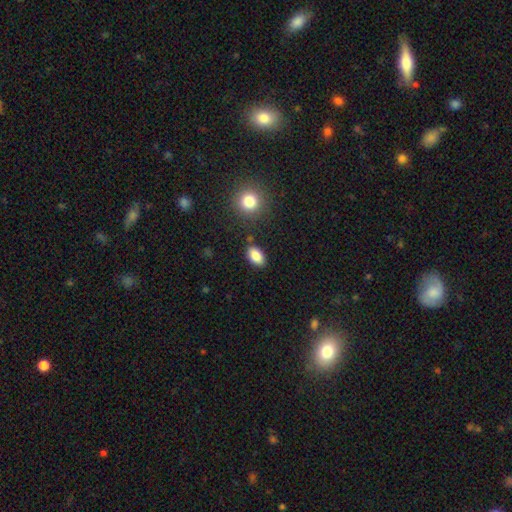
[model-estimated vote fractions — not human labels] Morphology: type=smooth (87%); roundness=in between (91%); merging=none (83%).